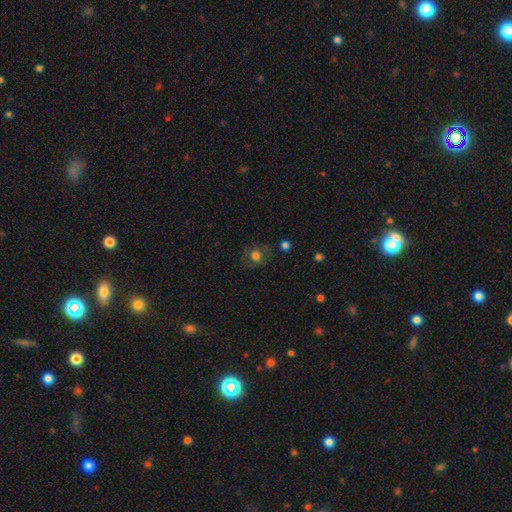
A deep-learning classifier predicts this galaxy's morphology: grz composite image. It shows a smooth galaxy with no disk features (63%) that is round (75%). Merging: none (78%).